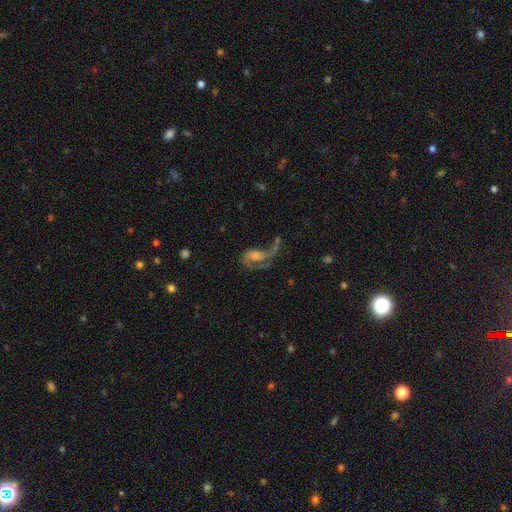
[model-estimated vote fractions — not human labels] Overall: featured or disk (73%). Edge-on disk: no (96%). Bar: no (58%; weak 33%). Spiral arms: yes (85%). Spiral arm count: 2 (46%; 1 39%). Spiral winding: loose (66%; medium 27%). Bulge size: moderate (36%; small 32%). Merging: major disturbance (44%; none 30%).